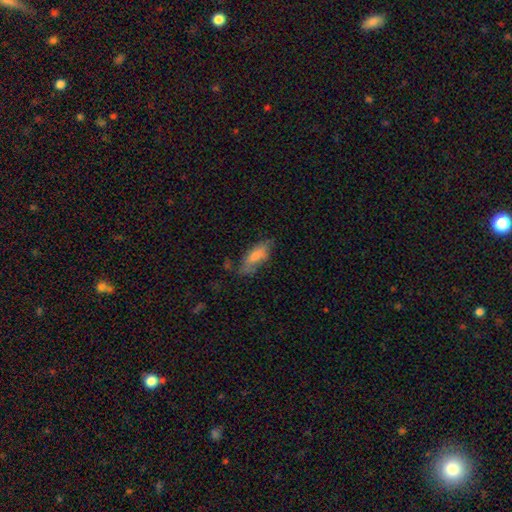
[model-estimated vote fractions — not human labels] The model was most divided on "how rounded": in between: 66%, cigar-shaped: 32%, round: 2%. More confident: smooth or featured — smooth (68%); merging — none (63%).